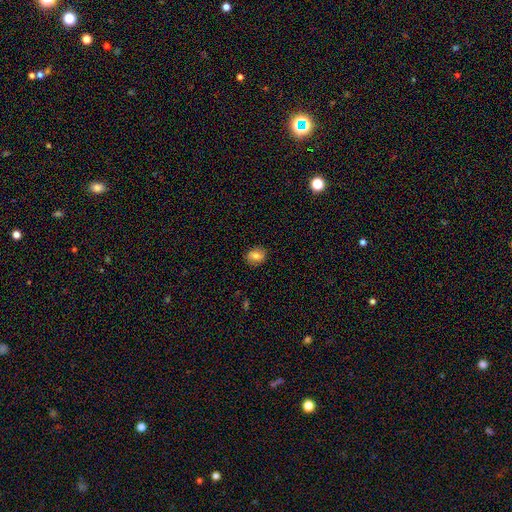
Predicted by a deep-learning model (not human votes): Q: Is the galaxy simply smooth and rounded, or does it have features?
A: smooth — 78%.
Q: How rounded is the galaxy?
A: round — 56%.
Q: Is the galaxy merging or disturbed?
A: none — 87%.